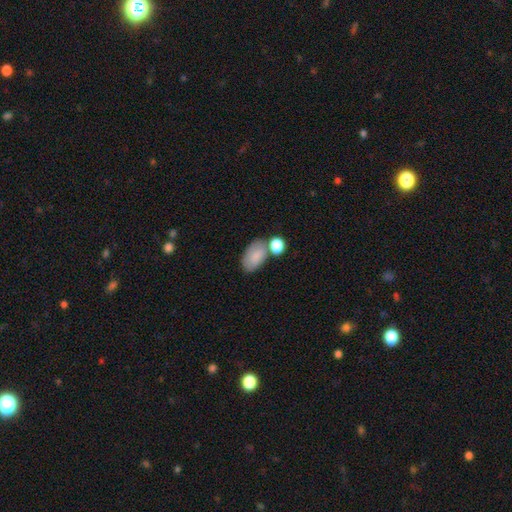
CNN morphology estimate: Smooth or featured? smooth (80%)
How rounded? in between (92%)
Merging? none (50%)